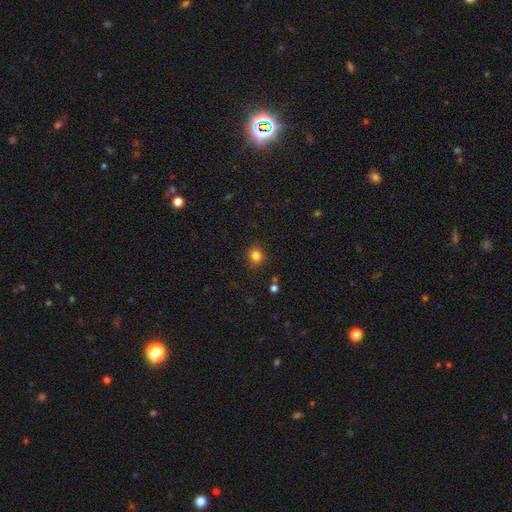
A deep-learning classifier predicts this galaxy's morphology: Smooth or featured: smooth — 82% (star or artifact — 13%)
How rounded: round — 78% (in between — 21%)
Merging: none — 87% (minor disturbance — 8%)